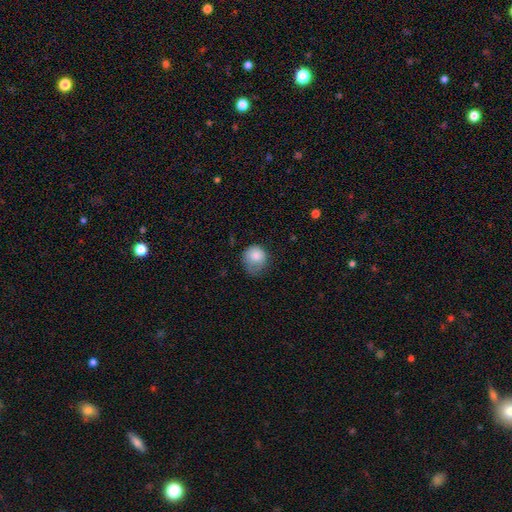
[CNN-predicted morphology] Smooth or featured? smooth (80%)
How rounded? round (70%)
Merging? minor disturbance (39%)